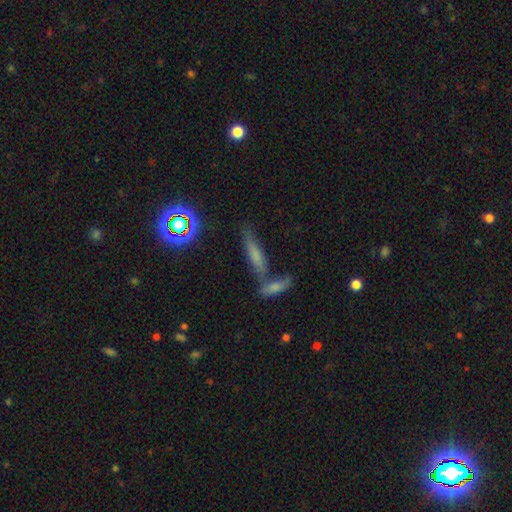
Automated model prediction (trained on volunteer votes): Smooth or featured?
  - smooth: 54% *
  - featured or disk: 26%
  - star or artifact: 20%
How rounded?
  - cigar-shaped: 73% *
  - in between: 23%
  - round: 5%
Merging?
  - none: 52% *
  - merger: 32%
  - minor disturbance: 11%
  - major disturbance: 5%